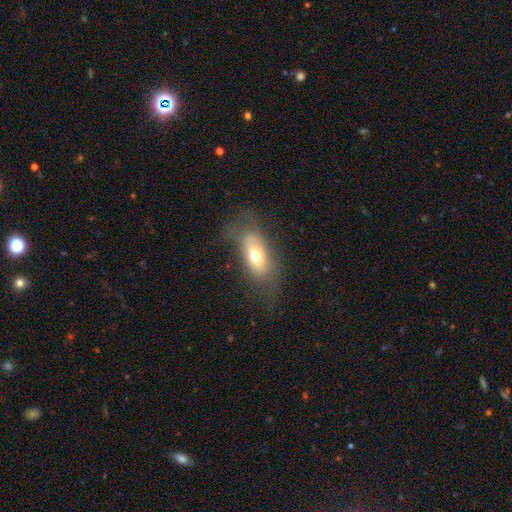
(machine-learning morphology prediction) A smooth galaxy with no disk features (62%) that is in between round and cigar-shaped (85%). Merging: none (61%).